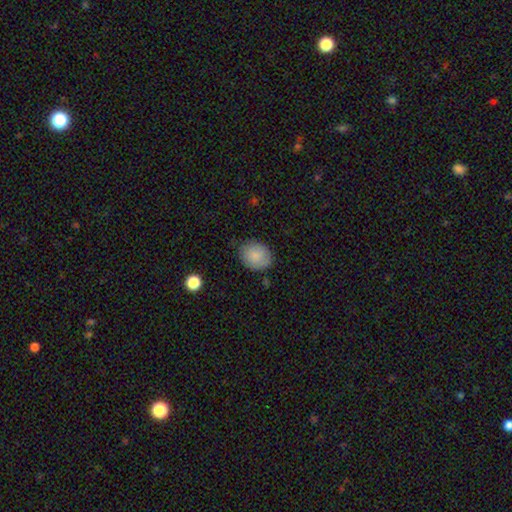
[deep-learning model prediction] smooth_or_featured: smooth (p=0.85) [alt: featured or disk p=0.08]
how_rounded: round (p=0.53) [alt: in between p=0.47]
merging: none (p=0.75) [alt: minor disturbance p=0.20]